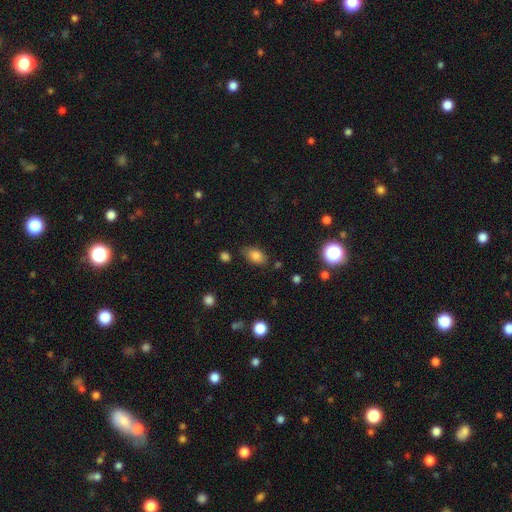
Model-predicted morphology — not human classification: Smooth or featured? smooth (81%)
How rounded? in between (87%)
Merging? none (77%)